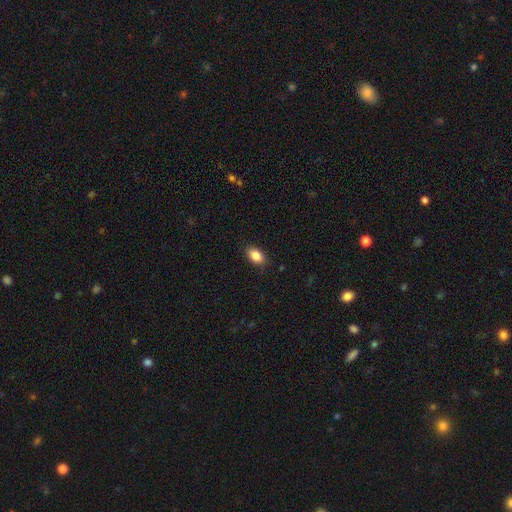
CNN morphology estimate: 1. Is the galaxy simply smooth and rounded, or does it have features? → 86% smooth, 8% star or artifact, 6% featured or disk.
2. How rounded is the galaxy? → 88% in between, 9% round, 2% cigar-shaped.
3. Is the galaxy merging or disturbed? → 86% none, 11% minor disturbance, 2% major disturbance, 1% merger.